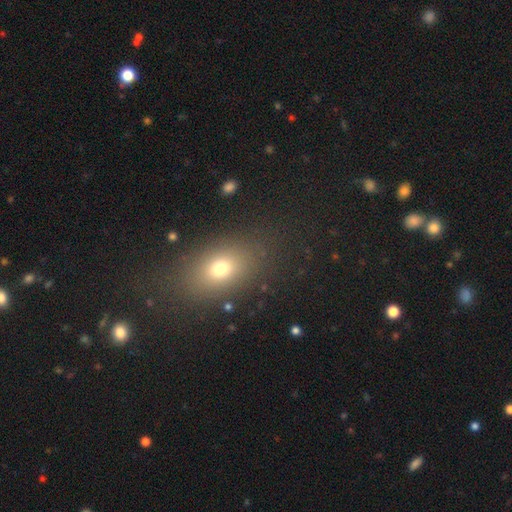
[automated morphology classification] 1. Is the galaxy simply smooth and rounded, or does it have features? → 64% smooth, 24% star or artifact, 12% featured or disk.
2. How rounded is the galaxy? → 70% in between, 25% round, 5% cigar-shaped.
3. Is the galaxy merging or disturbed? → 86% none, 8% minor disturbance, 3% major disturbance, 2% merger.